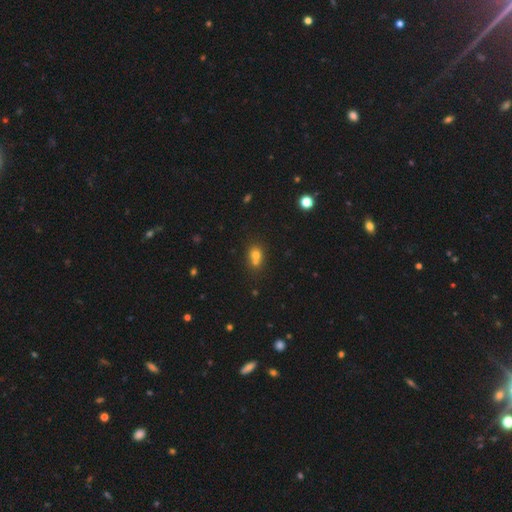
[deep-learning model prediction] Overall: smooth (69%). How rounded: round (63%; in between 36%). Merging: merger (56%; none 33%).